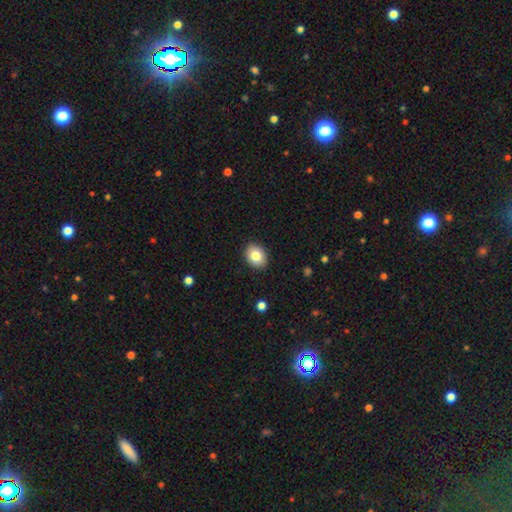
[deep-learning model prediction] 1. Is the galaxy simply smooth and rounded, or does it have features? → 82% smooth, 9% featured or disk, 9% star or artifact.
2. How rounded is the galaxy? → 58% in between, 41% round, 1% cigar-shaped.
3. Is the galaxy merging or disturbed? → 90% none, 7% minor disturbance, 2% major disturbance, 1% merger.